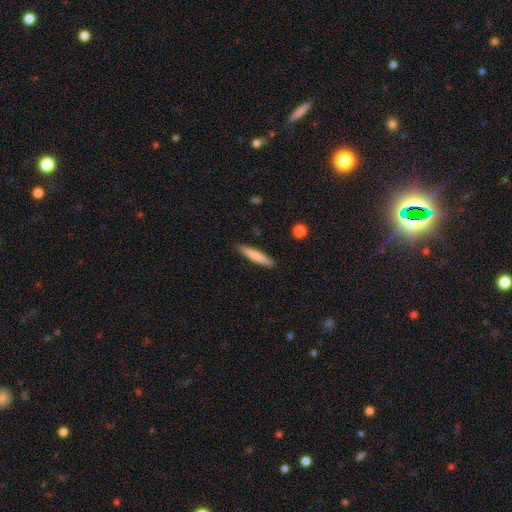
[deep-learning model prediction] Q: Smooth or featured?
A: smooth (75%); runner-up: featured or disk (19%)
Q: How rounded?
A: cigar-shaped (92%); runner-up: in between (7%)
Q: Merging?
A: none (88%); runner-up: minor disturbance (9%)